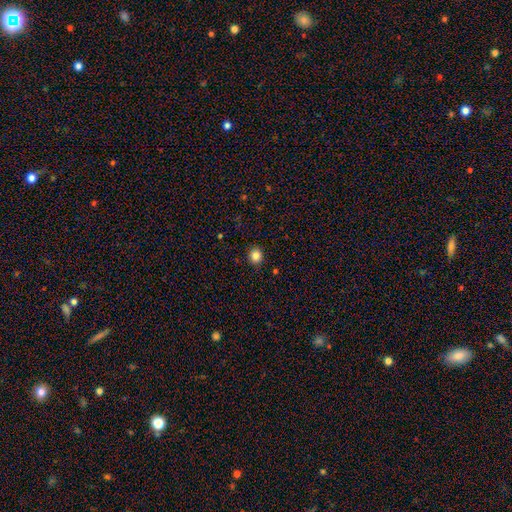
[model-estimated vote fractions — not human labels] A smooth galaxy with no disk features (84%) that is round (86%). Merging: none (92%).